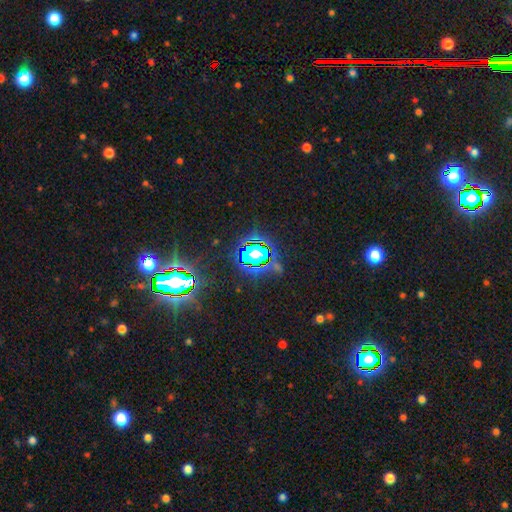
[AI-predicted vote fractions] Smooth or featured: star or artifact — 69% (smooth — 19%)